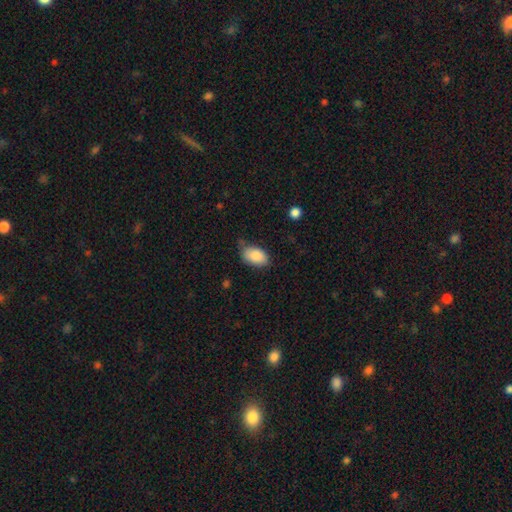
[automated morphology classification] Smooth or featured?
  - smooth: 86% *
  - featured or disk: 7%
  - star or artifact: 7%
How rounded?
  - in between: 92% *
  - round: 6%
  - cigar-shaped: 1%
Merging?
  - none: 67% *
  - minor disturbance: 25%
  - major disturbance: 5%
  - merger: 2%